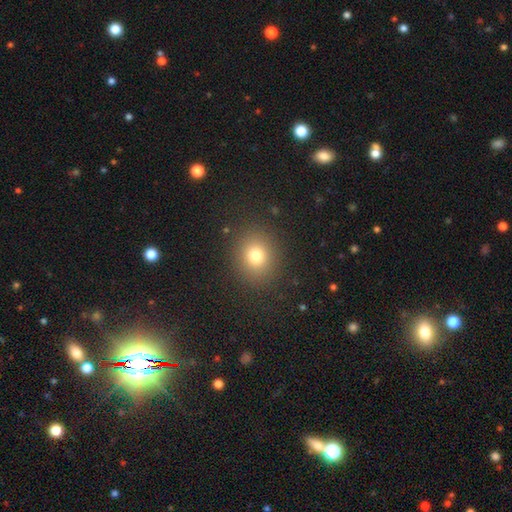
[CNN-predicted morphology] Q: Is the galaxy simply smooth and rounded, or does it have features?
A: smooth — 77%.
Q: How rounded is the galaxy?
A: round — 76%.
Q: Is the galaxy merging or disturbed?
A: none — 88%.